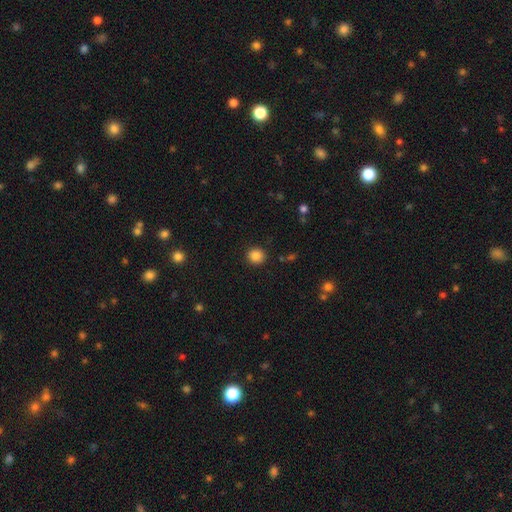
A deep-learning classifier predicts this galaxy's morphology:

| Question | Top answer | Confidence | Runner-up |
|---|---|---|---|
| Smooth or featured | smooth | 85% | star or artifact (11%) |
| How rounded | round | 90% | in between (9%) |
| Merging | none | 91% | minor disturbance (6%) |